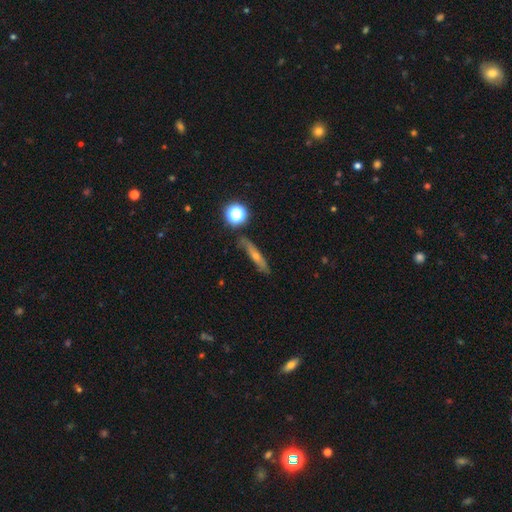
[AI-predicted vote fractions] Smooth or featured: featured or disk — 46% (smooth — 41%)
Merging: none — 80% (minor disturbance — 14%)